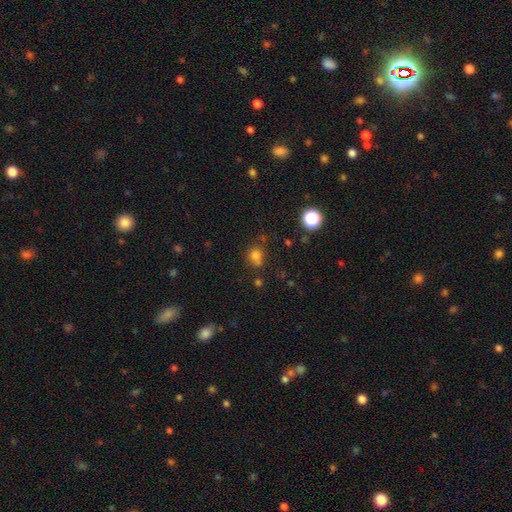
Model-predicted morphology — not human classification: Smooth or featured: smooth — 73% (star or artifact — 18%)
How rounded: round — 74% (in between — 25%)
Merging: none — 56% (merger — 21%)